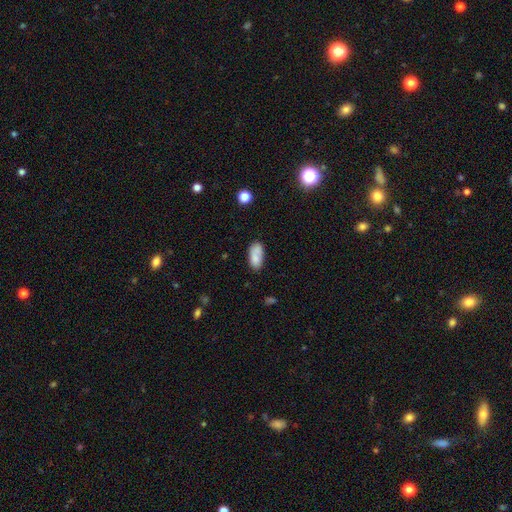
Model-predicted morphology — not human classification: This is likely a smooth galaxy (80%). How rounded: clearly in between (92%). Merging: likely none (64%).